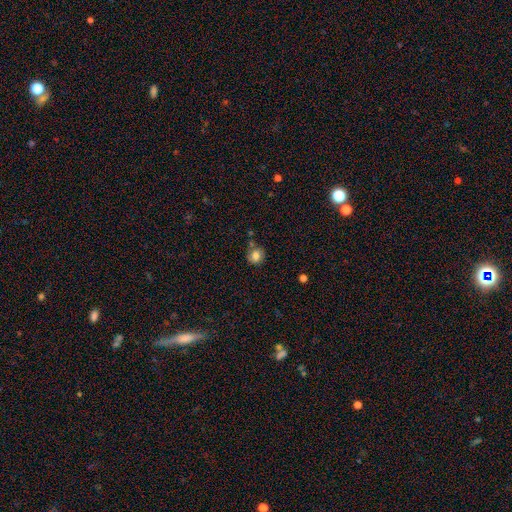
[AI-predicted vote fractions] smooth-or-featured: smooth: 79% | featured or disk: 11% | star or artifact: 10%
  how-rounded: round: 76% | in between: 23% | cigar-shaped: 1%
  merging: none: 66% | minor disturbance: 19% | merger: 10% | major disturbance: 5%